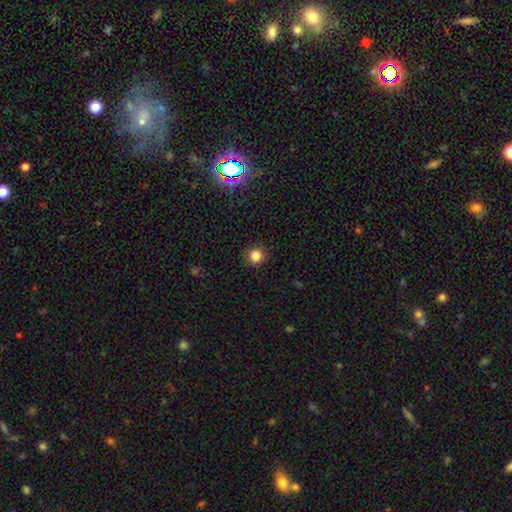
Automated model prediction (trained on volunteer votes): A smooth galaxy with no disk features (84%) that is round (92%).

Vote fractions:
- Smooth or featured? smooth: 84% / star or artifact: 12% / featured or disk: 4%
- How rounded? round: 92% / in between: 7% / cigar-shaped: 1%
- Merging? none: 89% / minor disturbance: 7% / major disturbance: 2% / merger: 1%